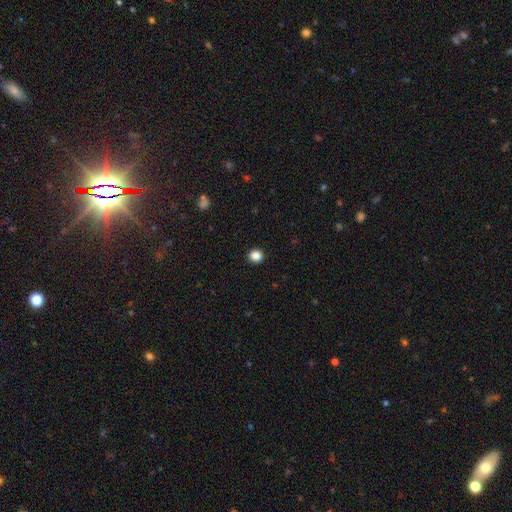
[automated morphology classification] This appears to be a smooth galaxy with no disk features (86%) that is round (87%). Merging: none (93%).